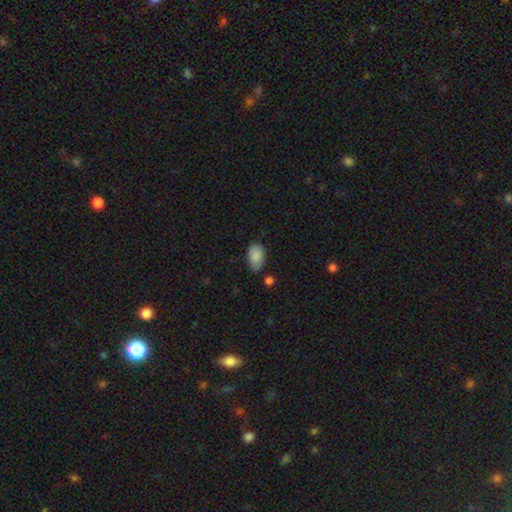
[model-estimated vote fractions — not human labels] A smooth galaxy with no disk features (87%) that is in between round and cigar-shaped (90%). Merging: none (63%).